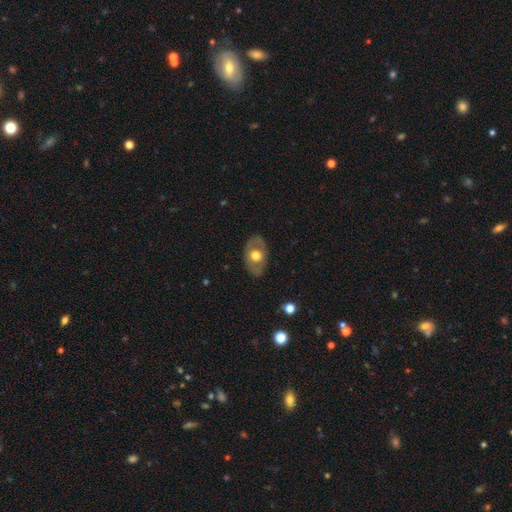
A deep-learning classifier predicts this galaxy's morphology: This is possibly a featured or disk galaxy (50%). Merging: clearly none (81%).